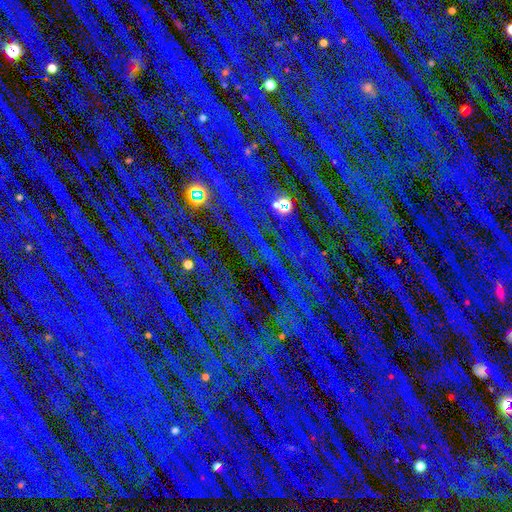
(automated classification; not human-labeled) Smooth or featured? star or artifact (85%)